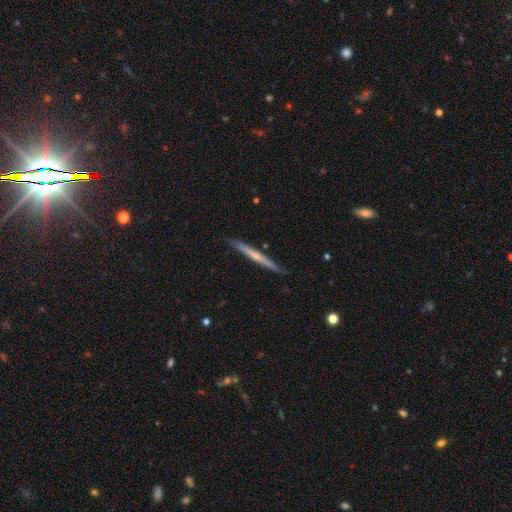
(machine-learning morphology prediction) This appears to be a featured or disk galaxy (54%) viewed edge-on (97%) with no central bulge (69%). Merging: none (88%).